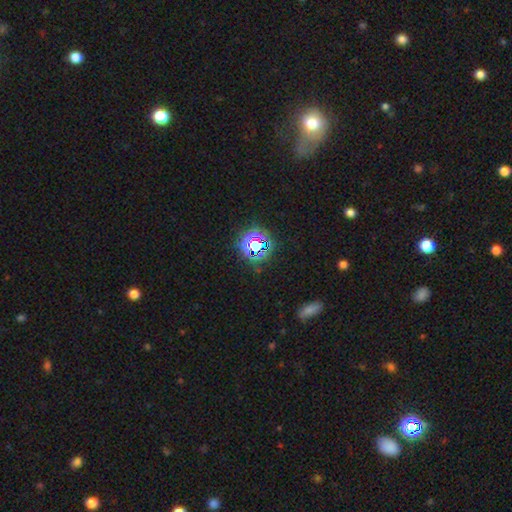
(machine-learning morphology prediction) Q: Smooth or featured?
A: star or artifact (73%); runner-up: smooth (18%)